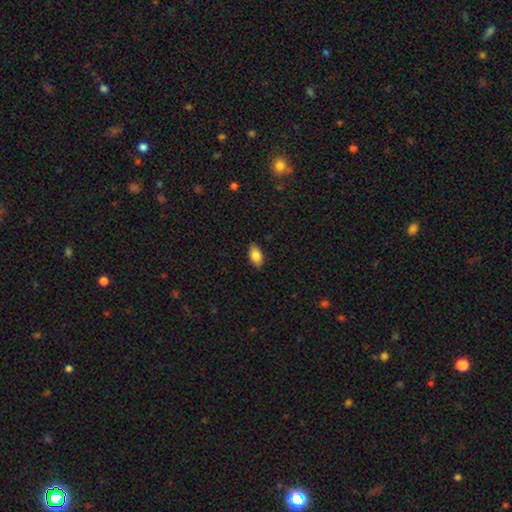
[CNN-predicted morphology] A smooth galaxy with no disk features (86%) that is in between round and cigar-shaped (93%). Merging: none (88%).